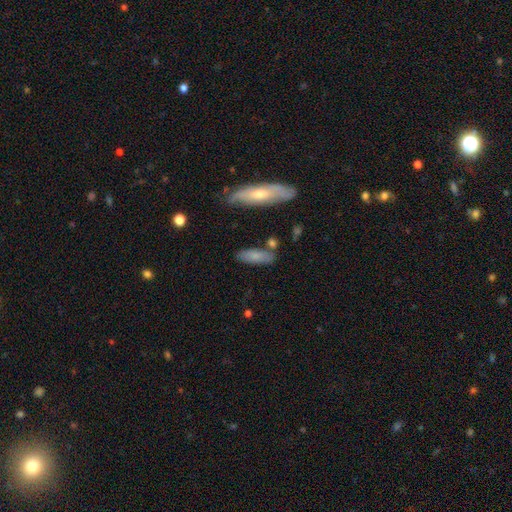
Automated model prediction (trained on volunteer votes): A smooth galaxy with no disk features (72%) that is in between round and cigar-shaped (58%).

Vote fractions:
- Smooth or featured? smooth: 72% / featured or disk: 20% / star or artifact: 8%
- How rounded? in between: 58% / cigar-shaped: 39% / round: 3%
- Merging? none: 72% / minor disturbance: 16% / merger: 8% / major disturbance: 4%